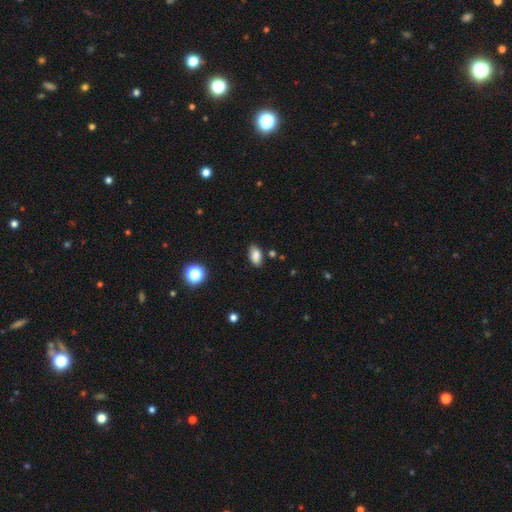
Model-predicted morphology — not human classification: smooth_or_featured: smooth (p=0.85) [alt: star or artifact p=0.09]
how_rounded: in between (p=0.91) [alt: round p=0.06]
merging: none (p=0.82) [alt: minor disturbance p=0.13]